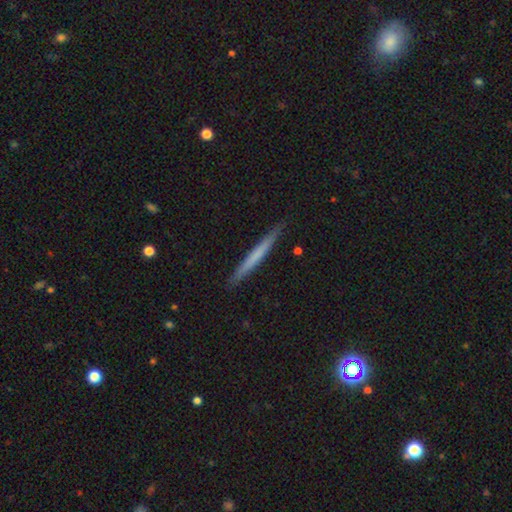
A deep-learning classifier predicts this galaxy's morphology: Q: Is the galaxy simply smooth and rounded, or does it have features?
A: smooth — 55%.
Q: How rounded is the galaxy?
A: cigar-shaped — 97%.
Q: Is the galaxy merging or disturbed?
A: none — 91%.